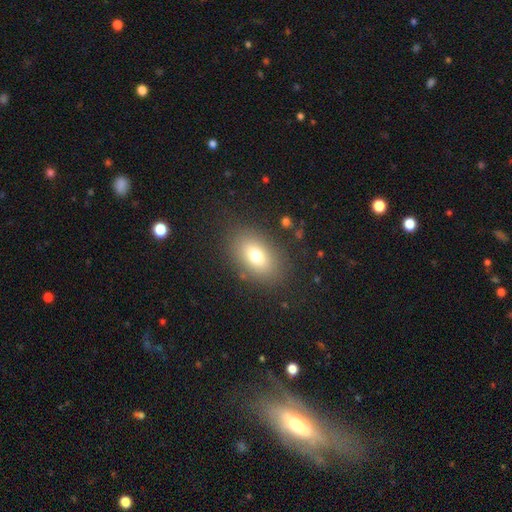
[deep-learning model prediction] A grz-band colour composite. It shows a smooth galaxy with no disk features (73%) that is in between round and cigar-shaped (81%). Merging: none (82%).